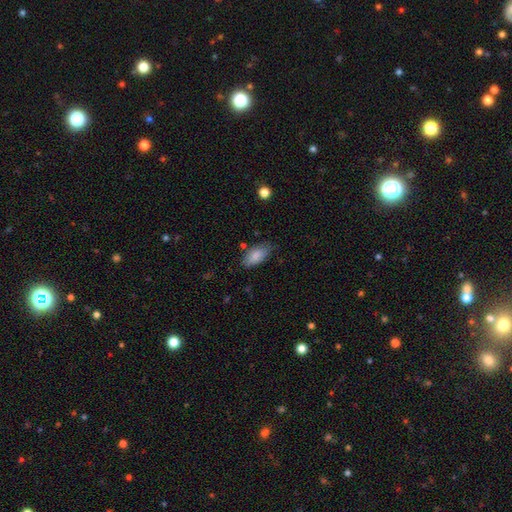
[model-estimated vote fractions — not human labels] Morphology: type=smooth (85%); roundness=in between (90%); merging=none (71%).